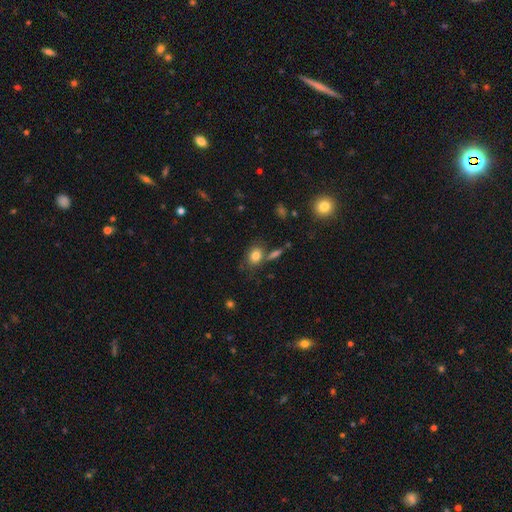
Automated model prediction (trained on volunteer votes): Q: Smooth or featured?
A: smooth (80%); runner-up: featured or disk (10%)
Q: How rounded?
A: in between (61%); runner-up: round (38%)
Q: Merging?
A: none (65%); runner-up: minor disturbance (17%)